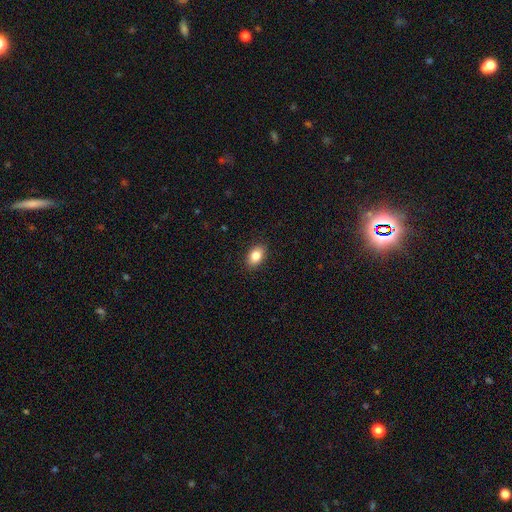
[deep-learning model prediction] Smooth or featured? smooth (84%)
How rounded? in between (86%)
Merging? none (89%)